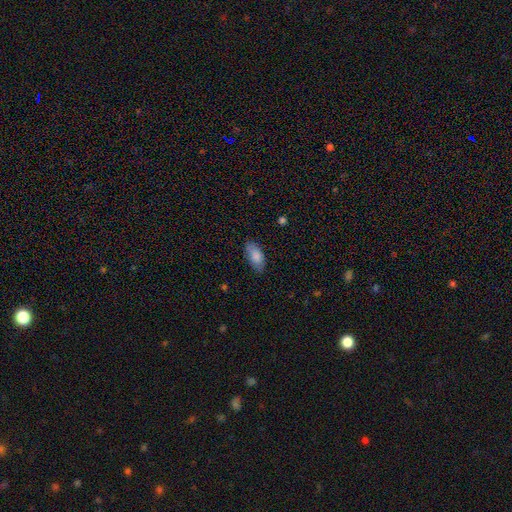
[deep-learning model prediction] This is clearly a smooth galaxy (84%). How rounded: clearly in between (89%). Merging: likely none (80%).